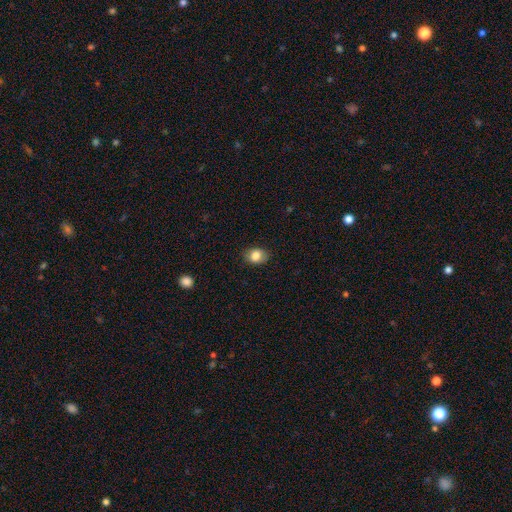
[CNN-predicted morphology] A smooth galaxy with no disk features (83%) that is in between round and cigar-shaped (61%).

Vote fractions:
- Smooth or featured? smooth: 83% / star or artifact: 9% / featured or disk: 8%
- How rounded? in between: 61% / round: 38% / cigar-shaped: 1%
- Merging? none: 83% / minor disturbance: 13% / major disturbance: 3% / merger: 1%